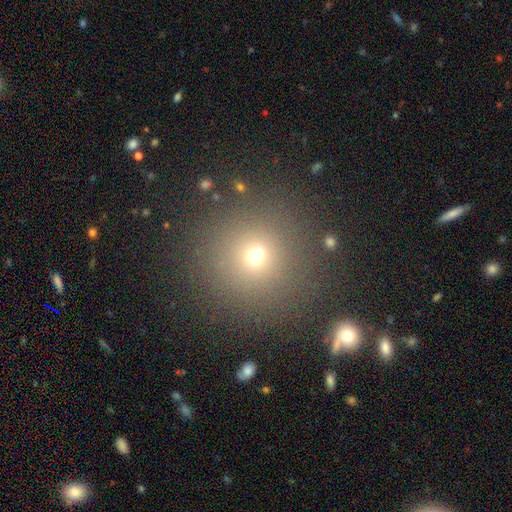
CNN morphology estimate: Smooth or featured?
  - smooth: 62% *
  - star or artifact: 26%
  - featured or disk: 12%
How rounded?
  - round: 93% *
  - in between: 6%
  - cigar-shaped: 1%
Merging?
  - none: 72% *
  - merger: 16%
  - minor disturbance: 8%
  - major disturbance: 4%